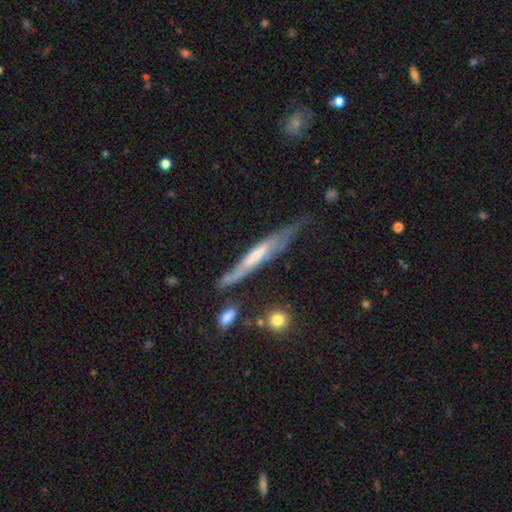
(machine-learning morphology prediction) This is likely a featured or disk galaxy (61%). It is likely viewed edge-on (72%). Merging: possibly none (48%).